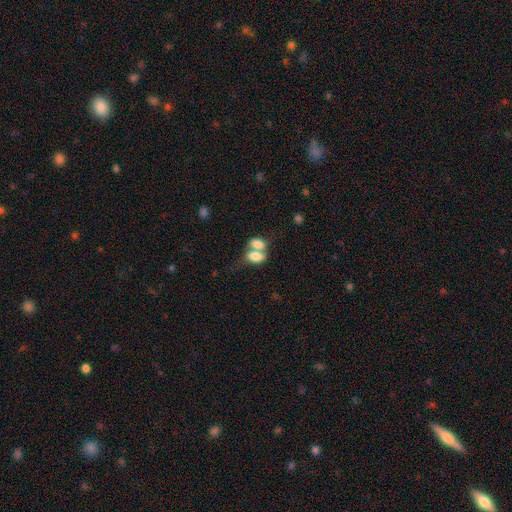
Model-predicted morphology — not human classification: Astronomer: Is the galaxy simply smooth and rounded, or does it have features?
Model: smooth — 77%.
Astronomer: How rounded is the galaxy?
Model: in between — 86%.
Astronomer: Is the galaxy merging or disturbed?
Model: merger — 69%.